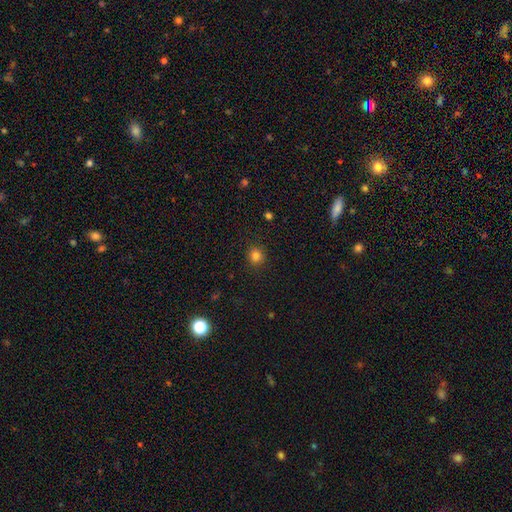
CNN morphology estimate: This appears to be a smooth galaxy with no disk features (82%) that is round (88%). Merging: none (89%).